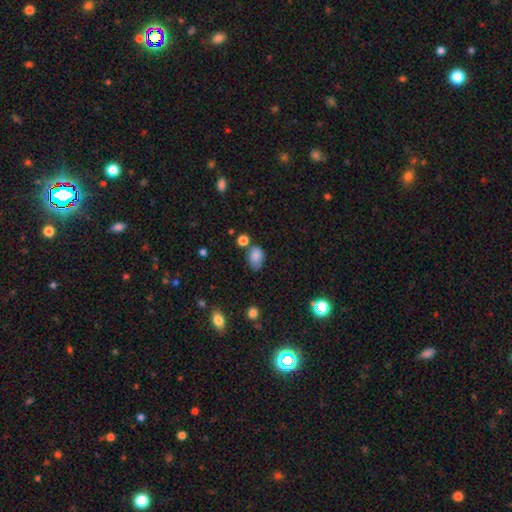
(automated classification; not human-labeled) smooth 82%, star or artifact 10%, featured or disk 7%. Down the decision tree: how rounded — in between (82%); merging — none (52%).